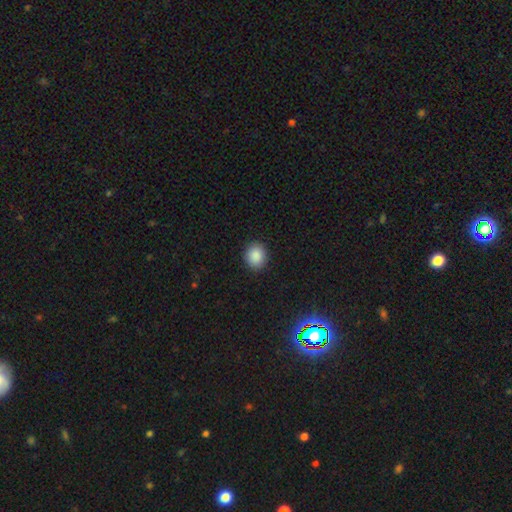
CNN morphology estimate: smooth 88%, star or artifact 9%, featured or disk 3%. Down the decision tree: how rounded — round (69%); merging — none (90%).